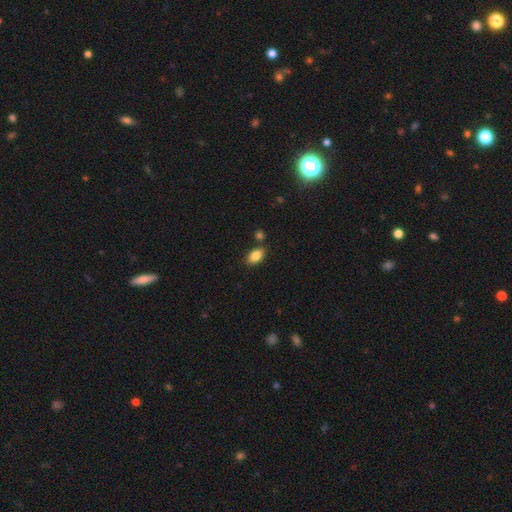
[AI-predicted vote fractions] Smooth or featured: smooth — 85% (star or artifact — 8%)
How rounded: in between — 90% (round — 8%)
Merging: none — 80% (minor disturbance — 11%)